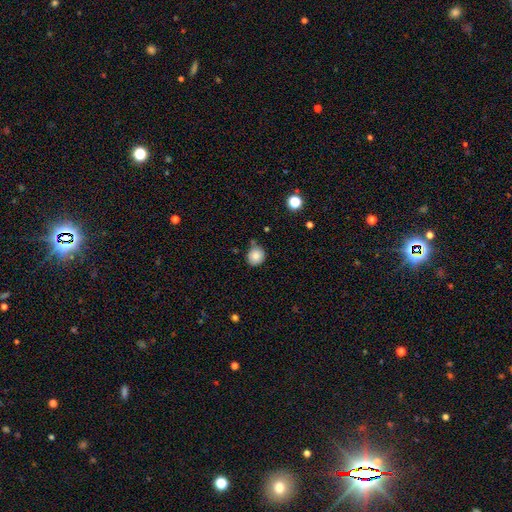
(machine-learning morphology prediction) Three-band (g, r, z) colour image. It shows a smooth galaxy with no disk features (85%) that is round (82%). Merging: none (73%).